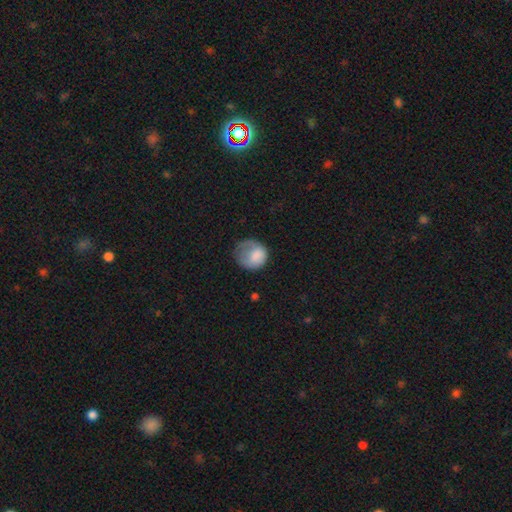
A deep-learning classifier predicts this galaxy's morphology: Smooth or featured? Predicted: smooth (p=0.78). How rounded? Predicted: round (p=0.72). Merging? Predicted: none (p=0.34).